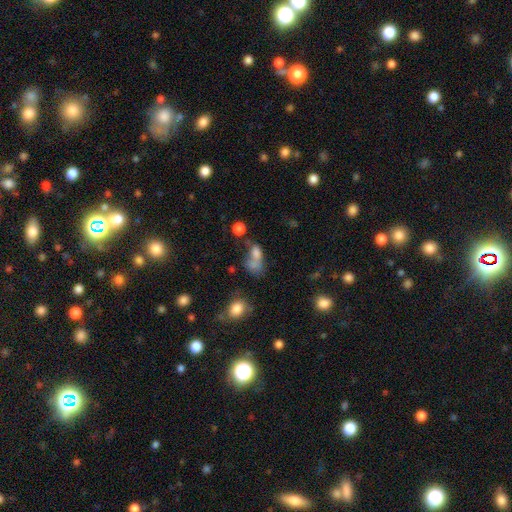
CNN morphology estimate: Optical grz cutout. It shows a smooth galaxy with no disk features (70%) that is in between round and cigar-shaped (70%). Merging: merger (46%).